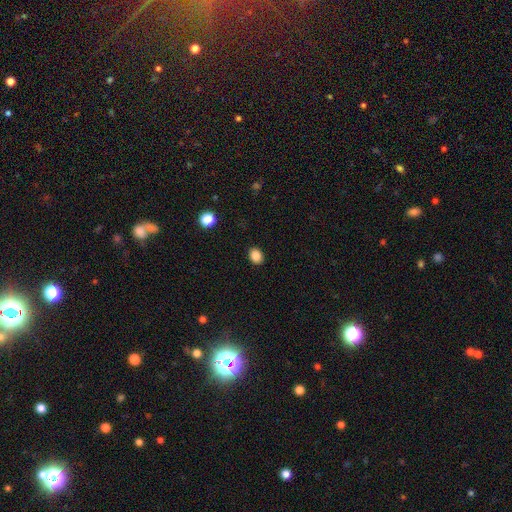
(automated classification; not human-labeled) Smooth or featured? Predicted: smooth (p=0.86). How rounded? Predicted: in between (p=0.58). Merging? Predicted: none (p=0.90).